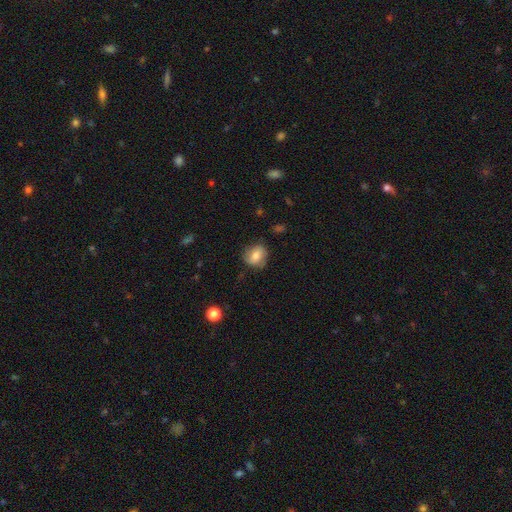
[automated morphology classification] smooth 68%, featured or disk 23%, star or artifact 9%. Down the decision tree: how rounded — round (63%); merging — none (70%).